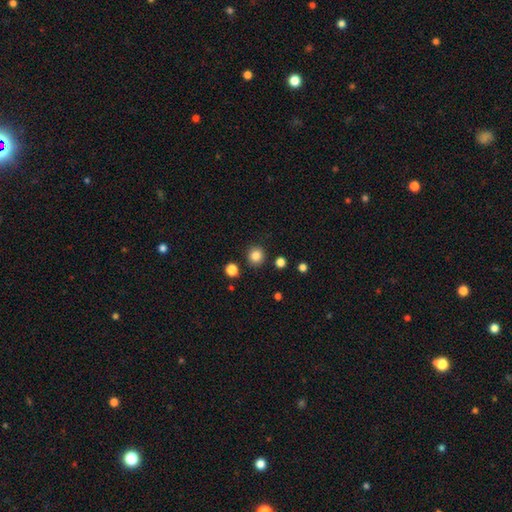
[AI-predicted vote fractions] This is clearly a smooth galaxy (85%). How rounded: clearly round (91%). Merging: clearly none (89%).